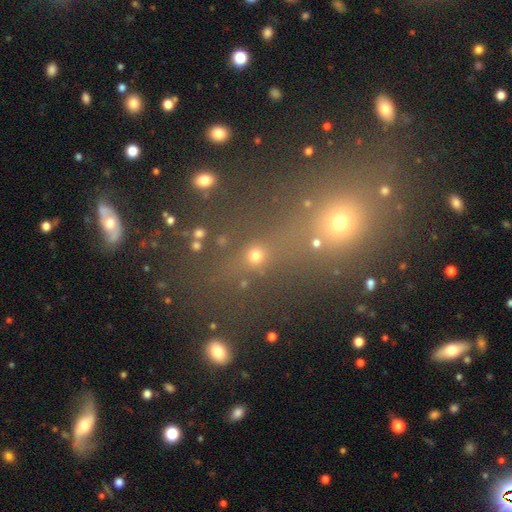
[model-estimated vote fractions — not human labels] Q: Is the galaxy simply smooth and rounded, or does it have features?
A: smooth — 55%.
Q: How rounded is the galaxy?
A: round — 69%.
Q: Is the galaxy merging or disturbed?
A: none — 55%.